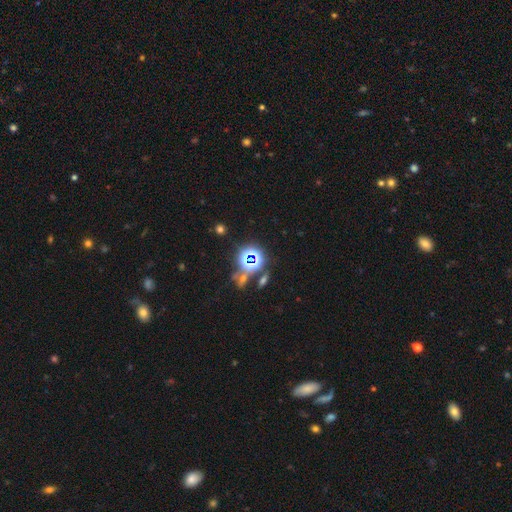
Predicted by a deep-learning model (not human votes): smooth_or_featured: star or artifact (p=0.77) [alt: smooth p=0.15]